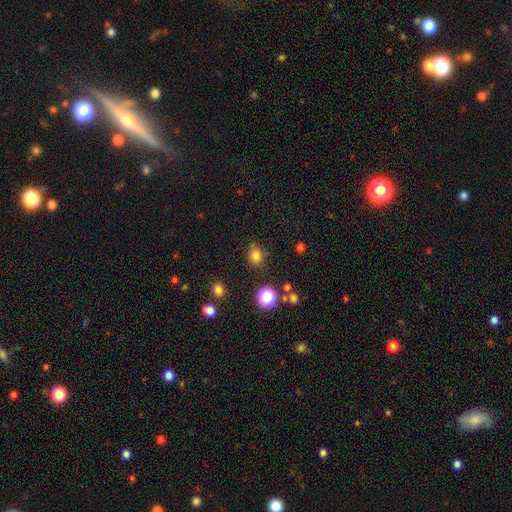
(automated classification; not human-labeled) Morphology: type=smooth (78%); roundness=round (68%); merging=none (73%).